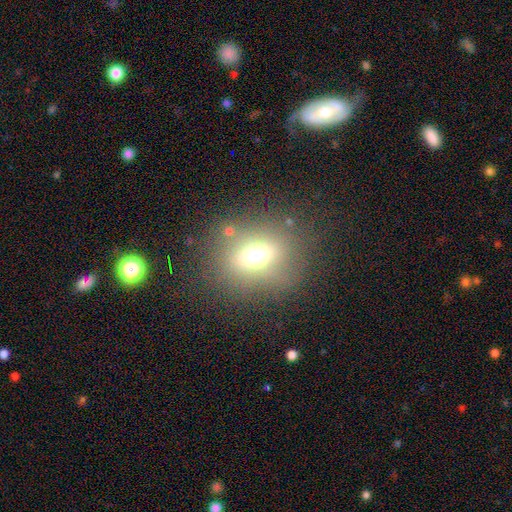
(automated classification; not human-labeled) Smooth or featured? smooth (64%)
How rounded? round (54%)
Merging? none (75%)